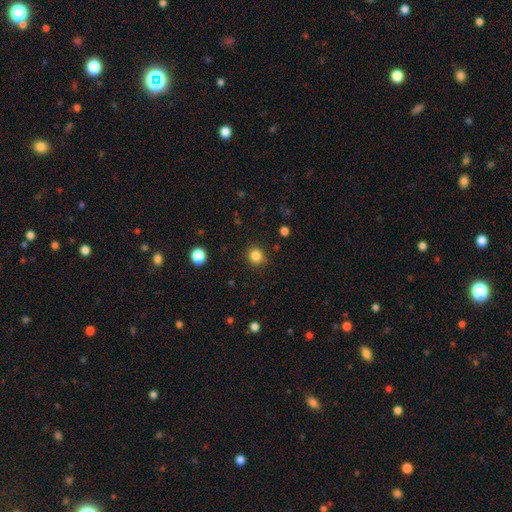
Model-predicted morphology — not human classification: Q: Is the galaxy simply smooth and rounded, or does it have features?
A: smooth — 84%.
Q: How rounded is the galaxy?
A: round — 87%.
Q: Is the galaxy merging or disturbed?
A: none — 89%.